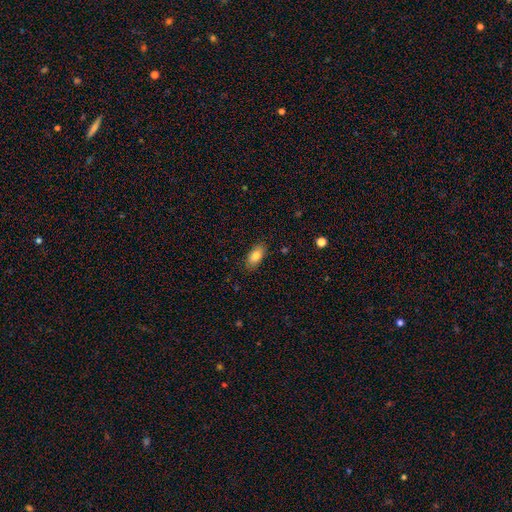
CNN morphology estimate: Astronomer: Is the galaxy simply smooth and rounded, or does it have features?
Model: smooth — 83%.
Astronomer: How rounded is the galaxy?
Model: in between — 90%.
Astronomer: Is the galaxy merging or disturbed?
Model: none — 85%.